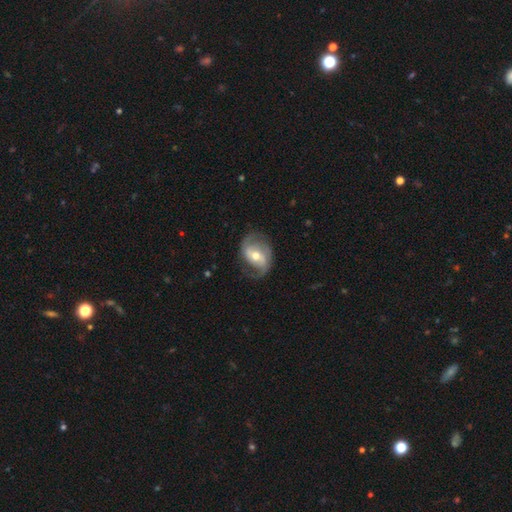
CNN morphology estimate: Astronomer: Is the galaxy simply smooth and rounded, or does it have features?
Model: featured or disk — 76%.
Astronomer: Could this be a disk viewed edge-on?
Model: no — 96%.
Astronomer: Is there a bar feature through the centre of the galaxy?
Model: weak — 41% (runner-up: no, 37%).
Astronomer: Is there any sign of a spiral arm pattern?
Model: yes — 89%.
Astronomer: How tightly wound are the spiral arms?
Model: medium — 43% (runner-up: loose, 35%).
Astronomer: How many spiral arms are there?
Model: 2 — 80%.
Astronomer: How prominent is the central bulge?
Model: moderate — 68%.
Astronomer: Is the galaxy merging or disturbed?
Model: none — 65%.